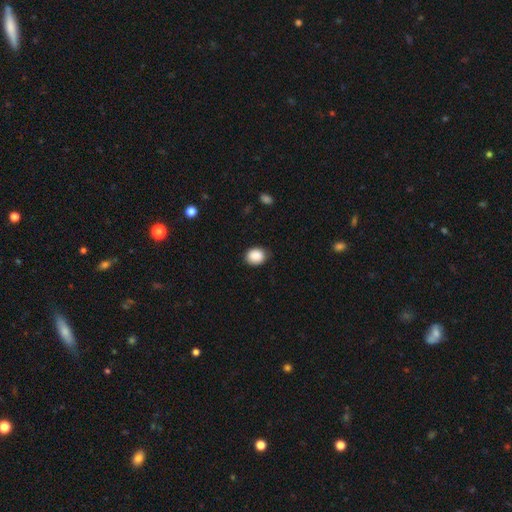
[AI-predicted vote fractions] Smooth or featured? Predicted: smooth (p=0.88). How rounded? Predicted: round (p=0.57). Merging? Predicted: none (p=0.81).